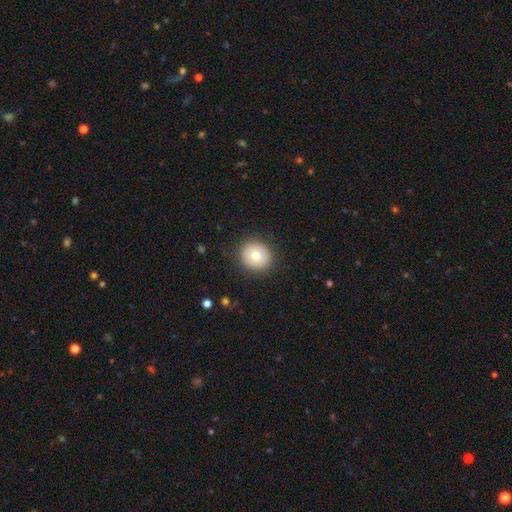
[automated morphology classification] Overall: smooth (77%). How rounded: round (87%). Merging: none (89%).